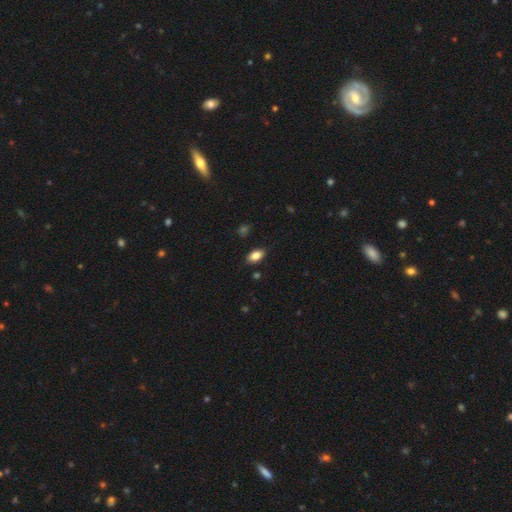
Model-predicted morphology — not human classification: A smooth galaxy with no disk features (84%) that is in between round and cigar-shaped (91%). Merging: none (86%).